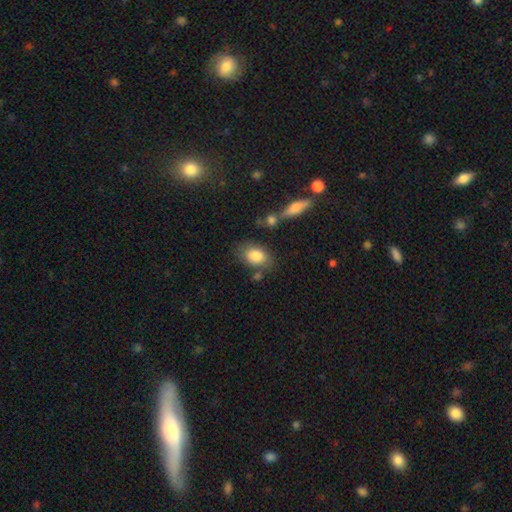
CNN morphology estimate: Smooth or featured? Predicted: smooth (p=0.83). How rounded? Predicted: in between (p=0.79). Merging? Predicted: none (p=0.65).